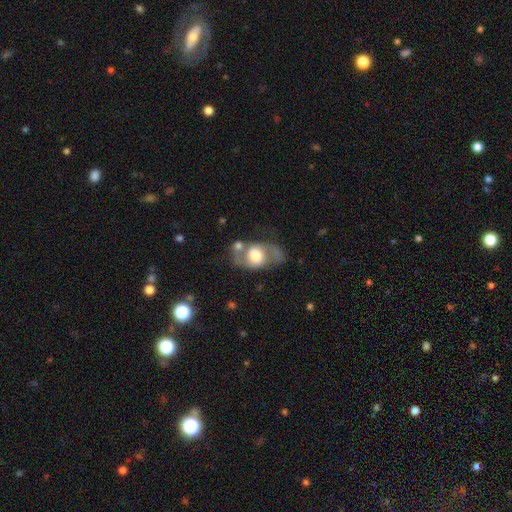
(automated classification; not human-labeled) featured or disk 57%, smooth 36%, star or artifact 7%. Down the decision tree: edge-on disk — no (92%); bar — no (65%); spiral arms — yes (63%); bulge size — moderate (43%); merging — none (50%).